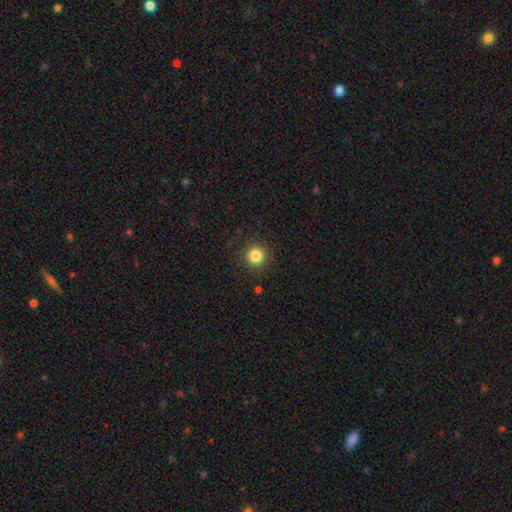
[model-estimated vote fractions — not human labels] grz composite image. It shows a smooth galaxy with no disk features (84%) that is round (95%). Merging: none (91%).